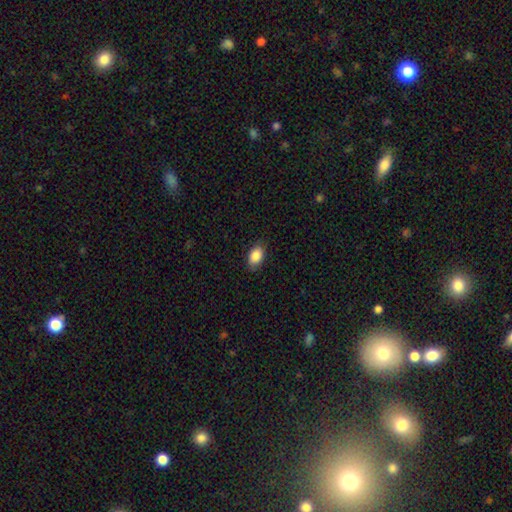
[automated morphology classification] Q: Smooth or featured?
A: smooth (88%); runner-up: star or artifact (7%)
Q: How rounded?
A: in between (89%); runner-up: round (9%)
Q: Merging?
A: none (83%); runner-up: minor disturbance (13%)